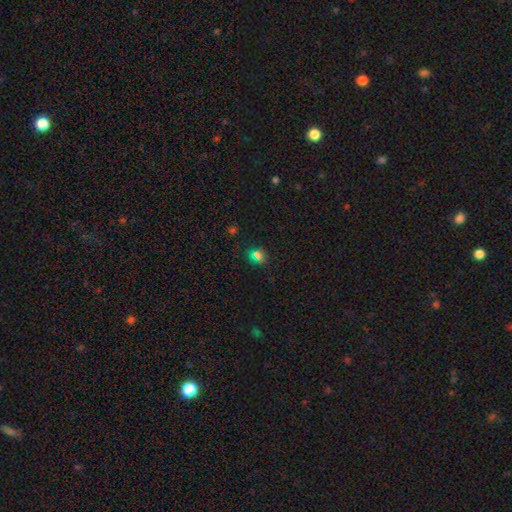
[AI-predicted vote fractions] Q: Smooth or featured?
A: smooth (63%); runner-up: star or artifact (30%)
Q: How rounded?
A: round (71%); runner-up: in between (27%)
Q: Merging?
A: none (84%); runner-up: minor disturbance (10%)